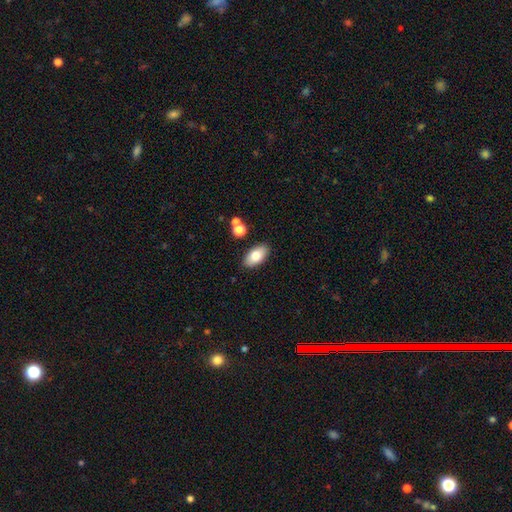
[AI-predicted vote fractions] Morphology: type=smooth (78%); roundness=in between (92%); merging=none (86%).